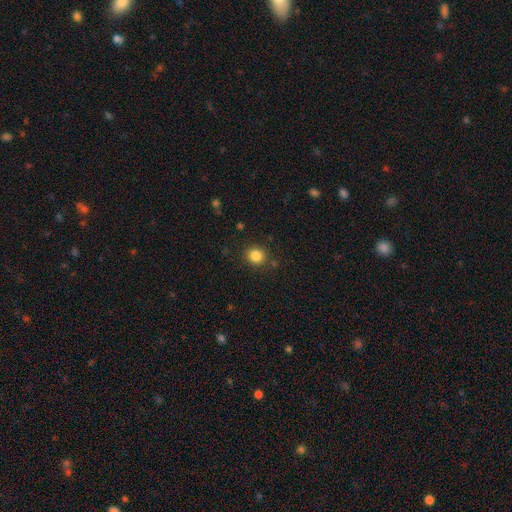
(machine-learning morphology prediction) Smooth or featured?
  - smooth: 84% *
  - star or artifact: 11%
  - featured or disk: 4%
How rounded?
  - round: 86% *
  - in between: 13%
  - cigar-shaped: 1%
Merging?
  - none: 87% *
  - minor disturbance: 8%
  - major disturbance: 3%
  - merger: 2%